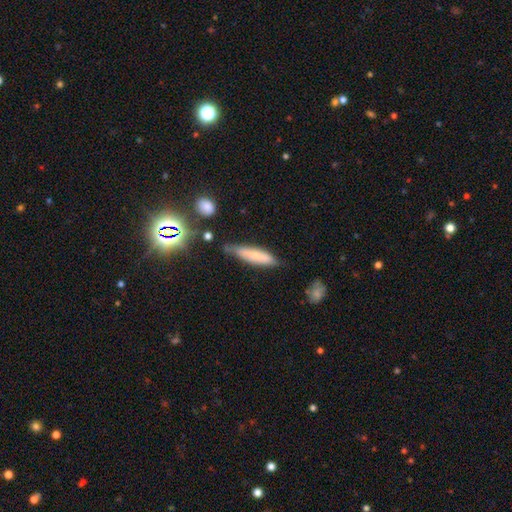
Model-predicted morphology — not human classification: This is likely a smooth galaxy (68%). How rounded: likely cigar-shaped (76%). Merging: likely none (62%).